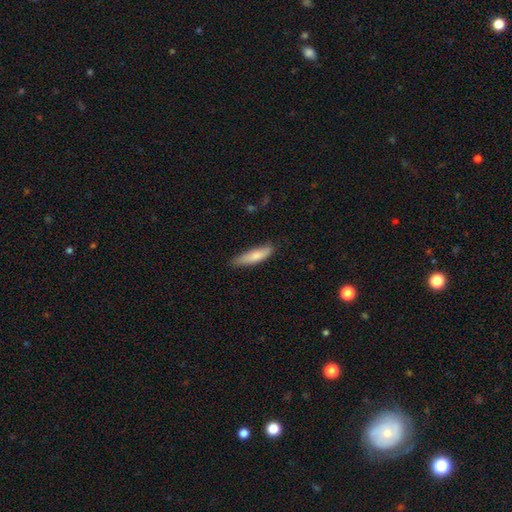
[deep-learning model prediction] Smooth or featured: smooth — 80% (featured or disk — 14%)
How rounded: cigar-shaped — 67% (in between — 32%)
Merging: none — 72% (minor disturbance — 23%)